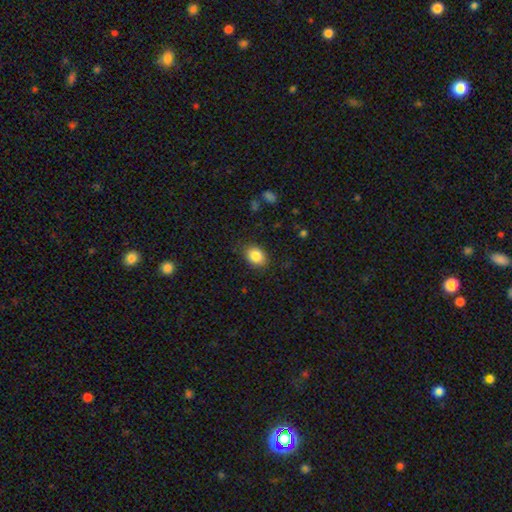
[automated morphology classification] Overall: smooth (86%). How rounded: in between (67%; round 32%). Merging: none (83%).